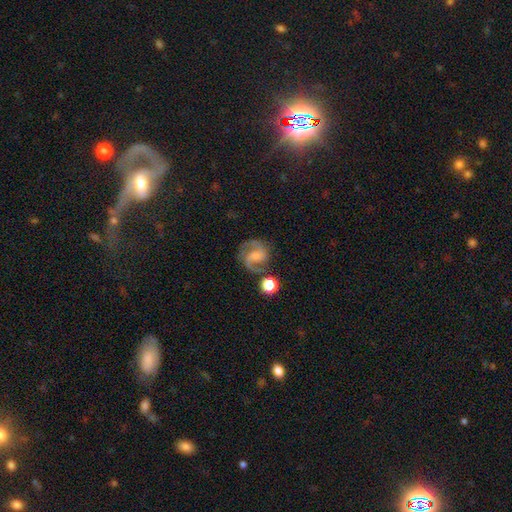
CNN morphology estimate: Smooth or featured: featured or disk — 83% (smooth — 10%)
Edge-on disk: no — 98% (yes — 2%)
Bar: weak — 45% (no — 40%)
Spiral arms: yes — 97% (no — 3%)
Spiral winding: medium — 58% (tight — 21%)
Spiral arm count: 2 — 88% (can't tell — 3%)
Bulge size: small — 48% (moderate — 27%)
Merging: none — 71% (minor disturbance — 15%)